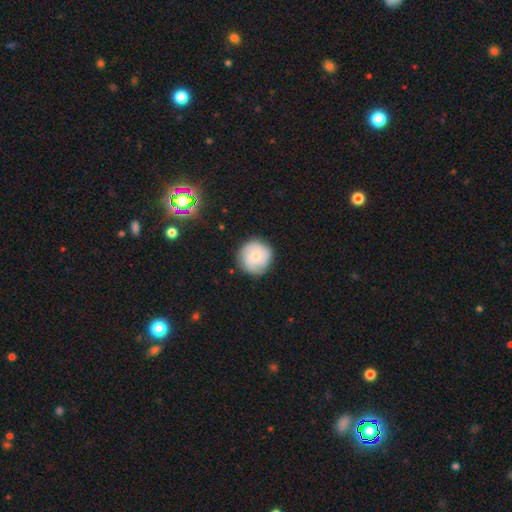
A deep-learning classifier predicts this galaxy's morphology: The model was most divided on "smooth or featured": smooth: 54%, featured or disk: 39%, star or artifact: 7%. More confident: how rounded — round (94%); merging — none (83%).